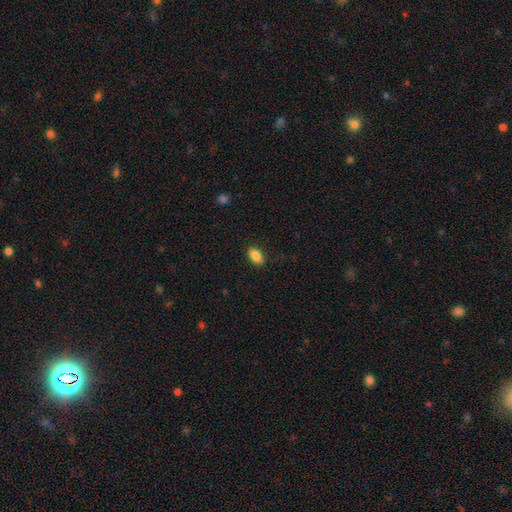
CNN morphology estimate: This is clearly a smooth galaxy (87%). How rounded: clearly in between (91%). Merging: clearly none (87%).